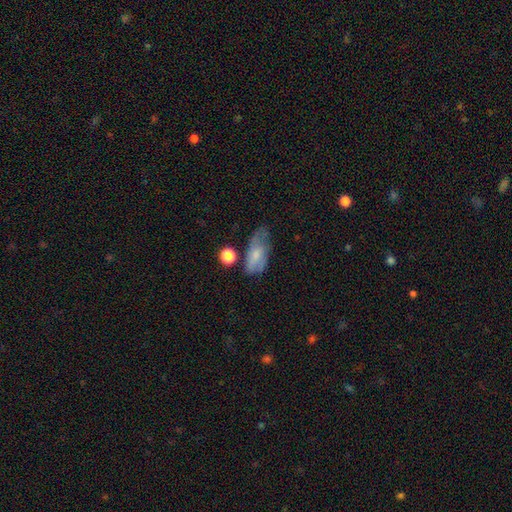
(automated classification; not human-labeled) Morphology: type=smooth (60%); roundness=in between (86%); merging=none (41%).